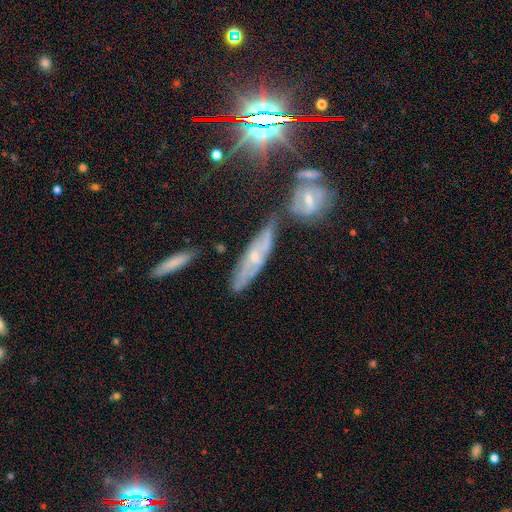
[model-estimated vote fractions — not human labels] The model was most divided on "edge-on disk": no: 61%, yes: 39%. More confident: merging — none (64%); smooth or featured — featured or disk (59%).